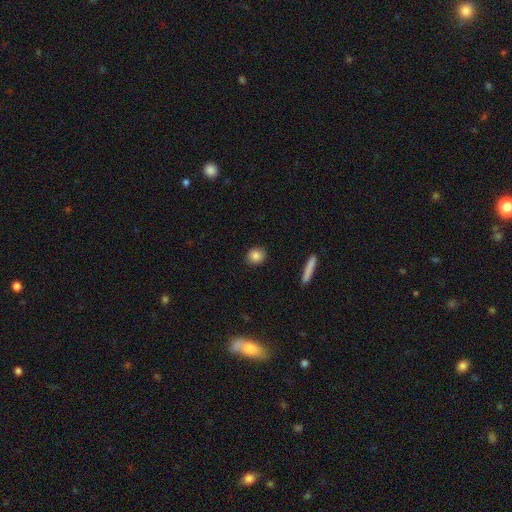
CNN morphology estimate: Smooth or featured?
  - smooth: 86% *
  - star or artifact: 8%
  - featured or disk: 6%
How rounded?
  - round: 76% *
  - in between: 22%
  - cigar-shaped: 2%
Merging?
  - none: 90% *
  - minor disturbance: 6%
  - major disturbance: 2%
  - merger: 1%